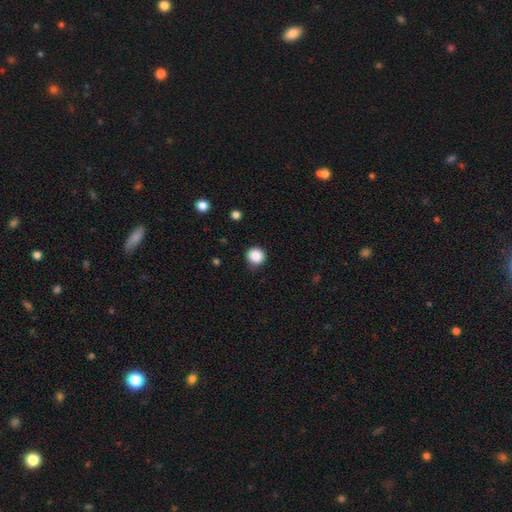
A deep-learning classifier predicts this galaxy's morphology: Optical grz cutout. It shows a smooth galaxy with no disk features (87%) that is round (94%). Merging: none (86%).